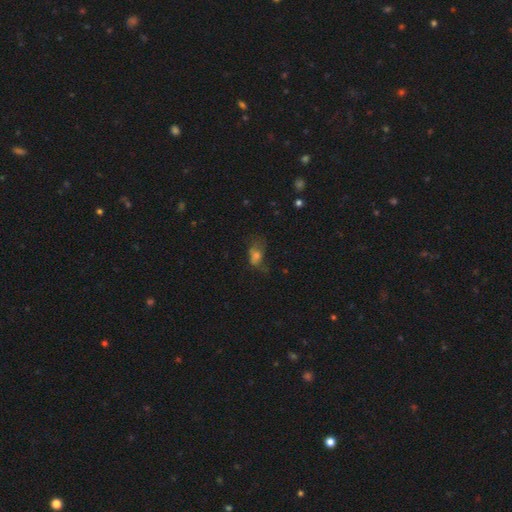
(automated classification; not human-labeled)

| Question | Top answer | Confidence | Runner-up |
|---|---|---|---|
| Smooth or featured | smooth | 56% | featured or disk (25%) |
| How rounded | in between | 78% | round (18%) |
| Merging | none | 36% | major disturbance (35%) |